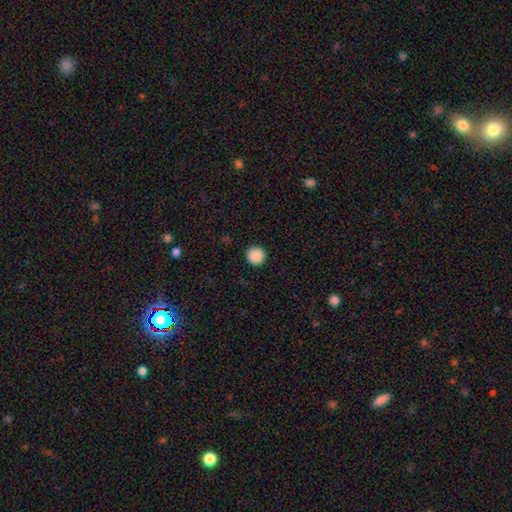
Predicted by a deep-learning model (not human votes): Morphology: type=smooth (89%); roundness=round (96%); merging=none (93%).